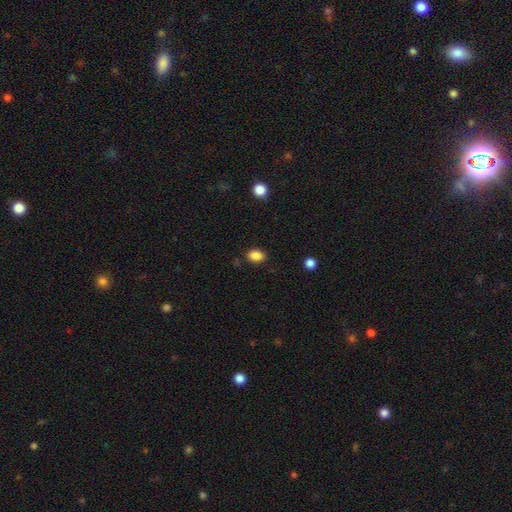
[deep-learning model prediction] This is clearly a smooth galaxy (87%). How rounded: likely in between (76%). Merging: clearly none (84%).